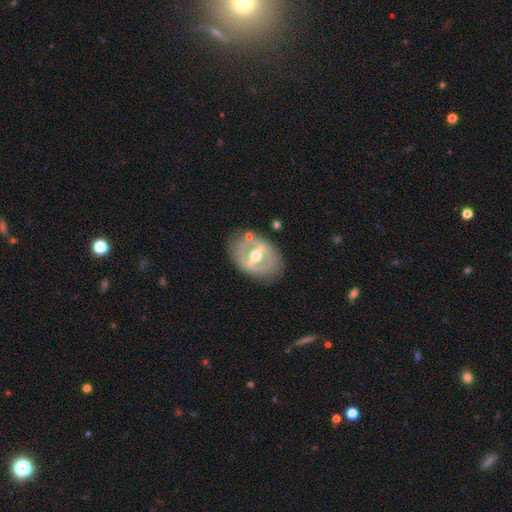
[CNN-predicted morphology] Overall: featured or disk (76%). Edge-on disk: no (90%). Bar: strong (67%). Spiral arms: no (74%). Bulge size: moderate (75%). Merging: none (77%).